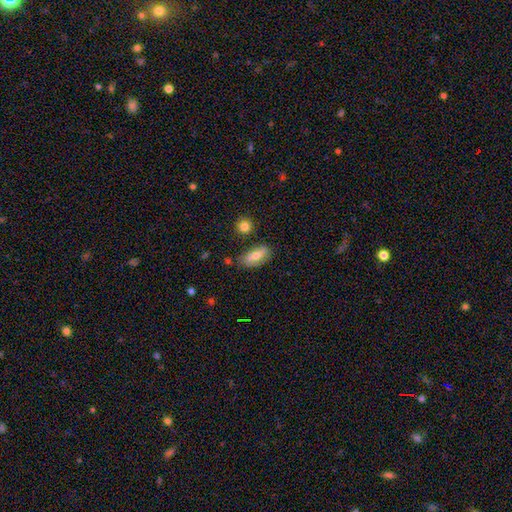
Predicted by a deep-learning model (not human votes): Smooth or featured: smooth — 63% (featured or disk — 29%)
How rounded: in between — 79% (cigar-shaped — 17%)
Merging: none — 72% (minor disturbance — 20%)